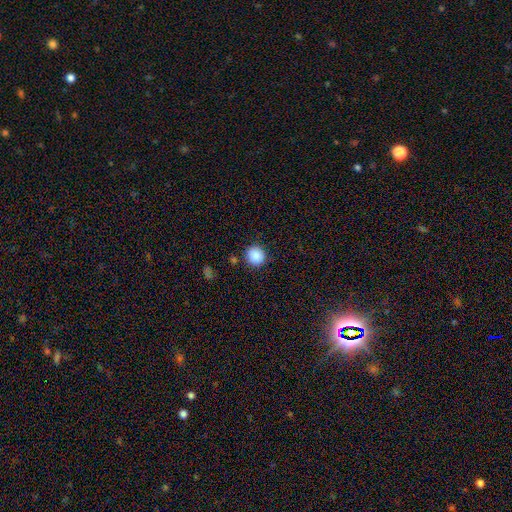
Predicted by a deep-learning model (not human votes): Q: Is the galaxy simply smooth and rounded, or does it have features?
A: smooth — 88%.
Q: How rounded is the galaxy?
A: round — 93%.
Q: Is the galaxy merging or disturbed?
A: none — 88%.